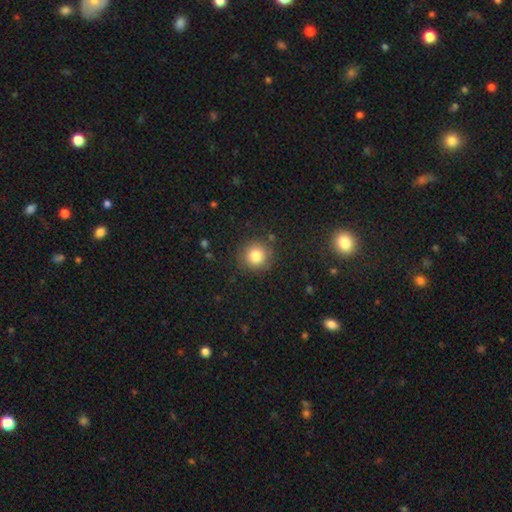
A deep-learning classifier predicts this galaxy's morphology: This is clearly a smooth galaxy (82%). How rounded: clearly round (93%). Merging: clearly none (87%).